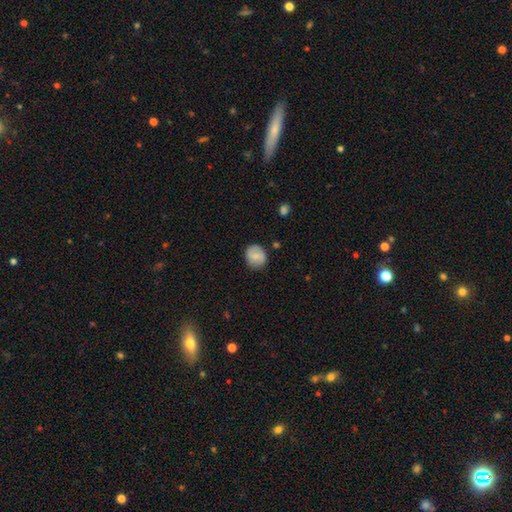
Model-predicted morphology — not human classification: type=smooth (73%); roundness=round (74%); merging=none (79%).